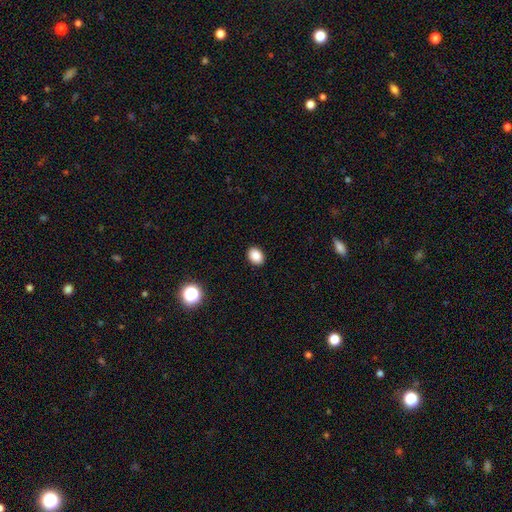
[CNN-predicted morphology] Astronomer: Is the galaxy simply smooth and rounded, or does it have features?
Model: smooth — 87%.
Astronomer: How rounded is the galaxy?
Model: in between — 69%.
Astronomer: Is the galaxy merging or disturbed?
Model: none — 91%.